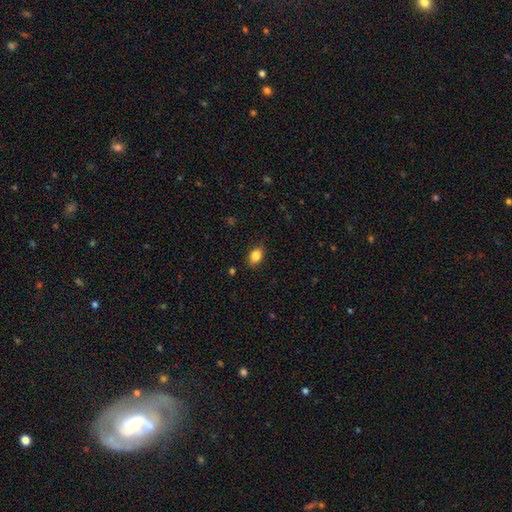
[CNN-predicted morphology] This appears to be a smooth galaxy with no disk features (85%) that is in between round and cigar-shaped (78%). Merging: none (86%).